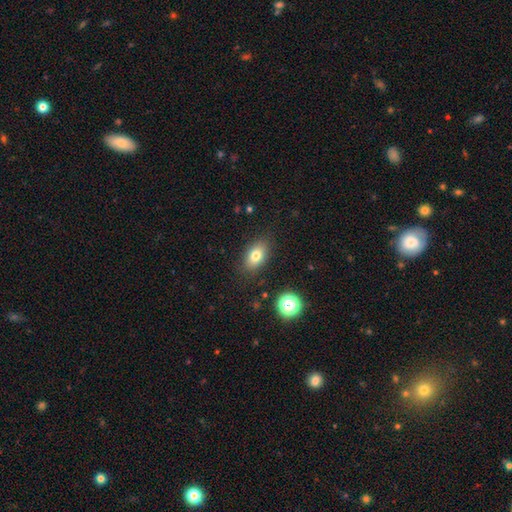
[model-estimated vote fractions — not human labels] Q: Smooth or featured?
A: smooth (77%); runner-up: featured or disk (13%)
Q: How rounded?
A: in between (87%); runner-up: round (11%)
Q: Merging?
A: none (85%); runner-up: minor disturbance (11%)